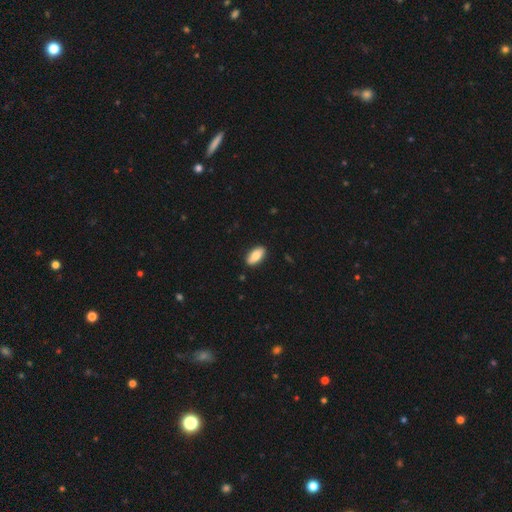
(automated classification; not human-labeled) smooth_or_featured: smooth (p=0.83) [alt: featured or disk p=0.11]
how_rounded: in between (p=0.91) [alt: cigar-shaped p=0.07]
merging: none (p=0.89) [alt: minor disturbance p=0.08]